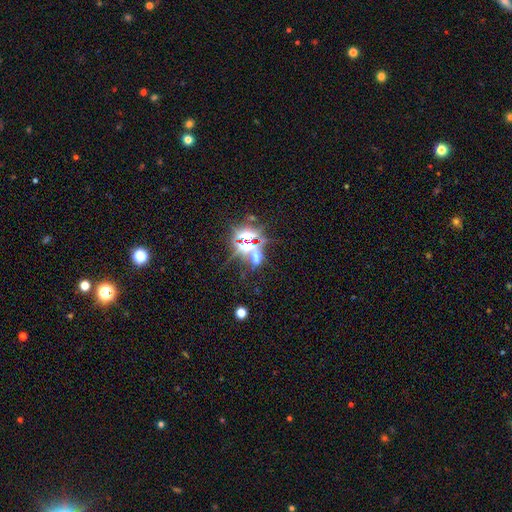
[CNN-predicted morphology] smooth_or_featured: star or artifact (p=0.68) [alt: smooth p=0.20]